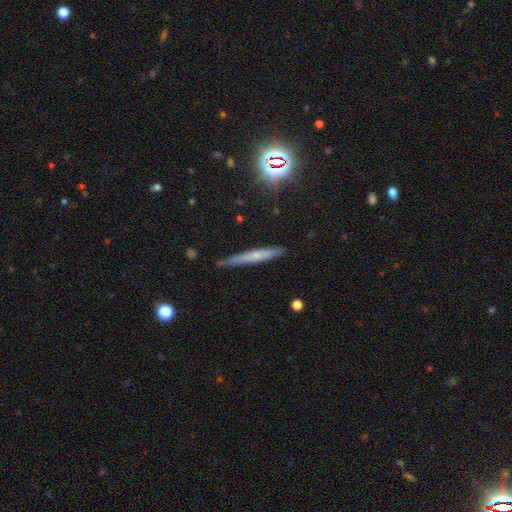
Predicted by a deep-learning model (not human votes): featured or disk 47%, smooth 42%, star or artifact 12%. Down the decision tree: merging — none (78%).